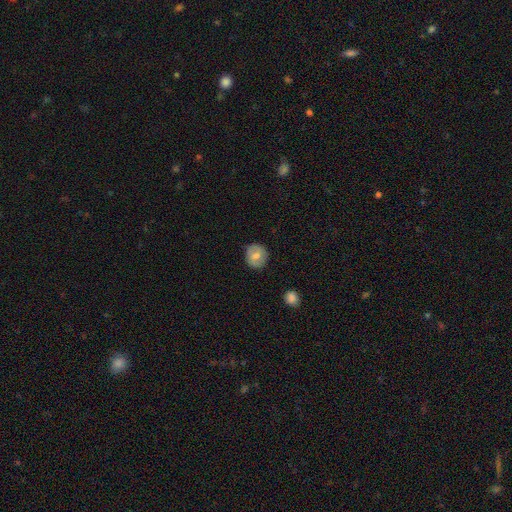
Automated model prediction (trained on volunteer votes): Smooth or featured? smooth (67%)
How rounded? round (82%)
Merging? none (85%)